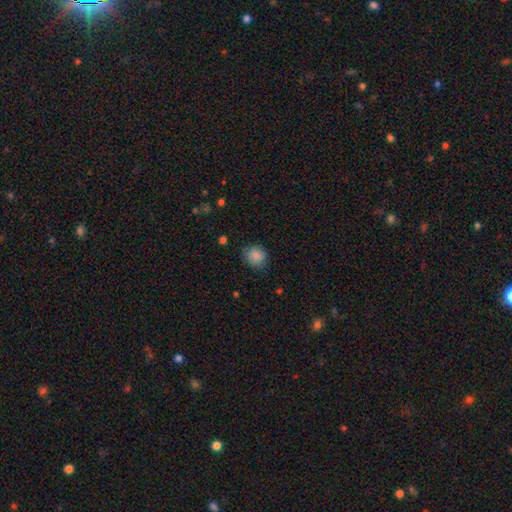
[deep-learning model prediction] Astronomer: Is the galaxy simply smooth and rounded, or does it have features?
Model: smooth — 86%.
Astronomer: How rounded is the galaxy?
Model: round — 82%.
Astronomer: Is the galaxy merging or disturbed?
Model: none — 80%.